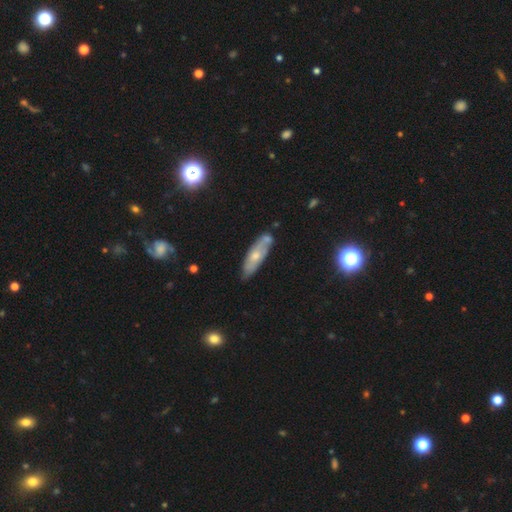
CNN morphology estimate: smooth-or-featured: featured or disk: 49% | smooth: 44% | star or artifact: 6%
  merging: none: 67% | minor disturbance: 22% | merger: 6% | major disturbance: 5%